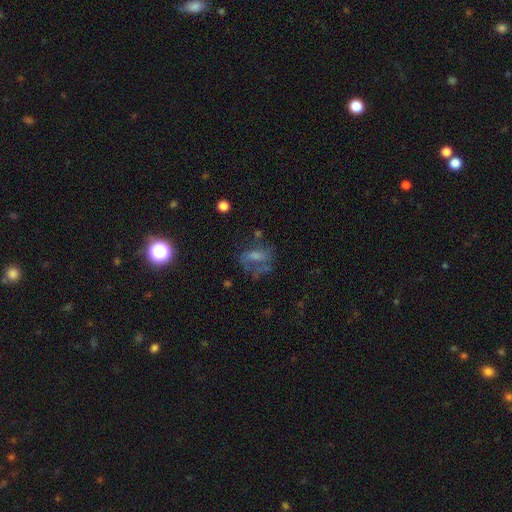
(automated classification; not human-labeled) This appears to be a featured or disk galaxy (41%). Merging: none (43%).